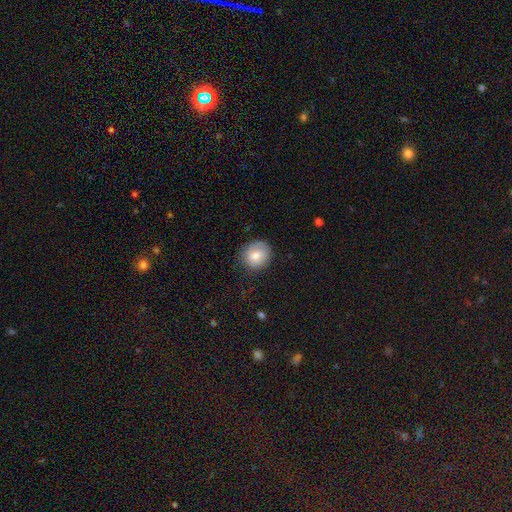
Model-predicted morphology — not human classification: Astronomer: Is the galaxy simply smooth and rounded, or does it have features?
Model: smooth — 77%.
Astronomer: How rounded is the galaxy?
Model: round — 84%.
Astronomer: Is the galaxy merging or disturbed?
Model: none — 78%.